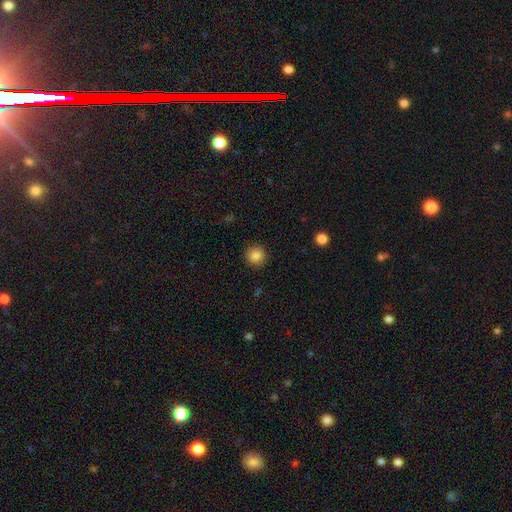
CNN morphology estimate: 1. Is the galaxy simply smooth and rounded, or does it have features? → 85% smooth, 10% star or artifact, 5% featured or disk.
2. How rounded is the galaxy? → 93% round, 6% in between, 1% cigar-shaped.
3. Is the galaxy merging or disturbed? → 91% none, 6% minor disturbance, 2% major disturbance, 1% merger.